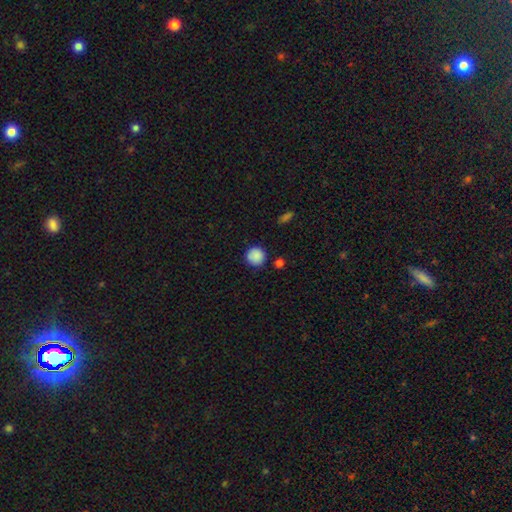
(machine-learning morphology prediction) The model was most divided on "merging": none: 86%, minor disturbance: 9%, merger: 3%, major disturbance: 2%. More confident: how rounded — round (94%); smooth or featured — smooth (88%).